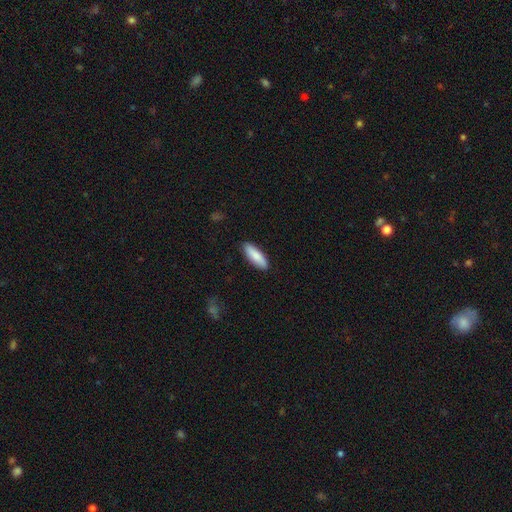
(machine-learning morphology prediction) type=smooth (86%); roundness=in between (54%); merging=none (89%).